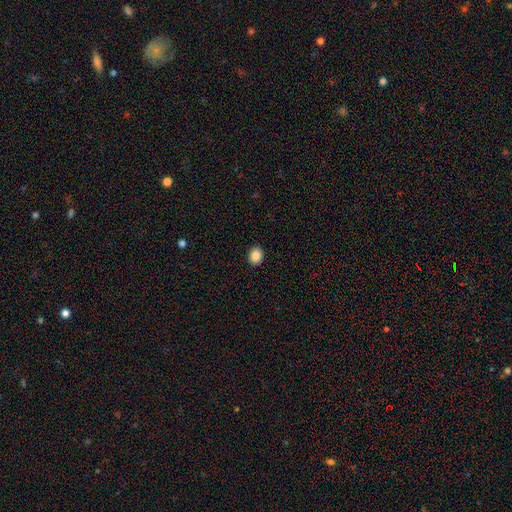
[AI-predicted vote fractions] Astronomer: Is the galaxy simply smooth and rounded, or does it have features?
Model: smooth — 87%.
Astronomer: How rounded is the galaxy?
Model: round — 51% (runner-up: in between, 48%).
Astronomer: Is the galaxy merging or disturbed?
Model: none — 91%.